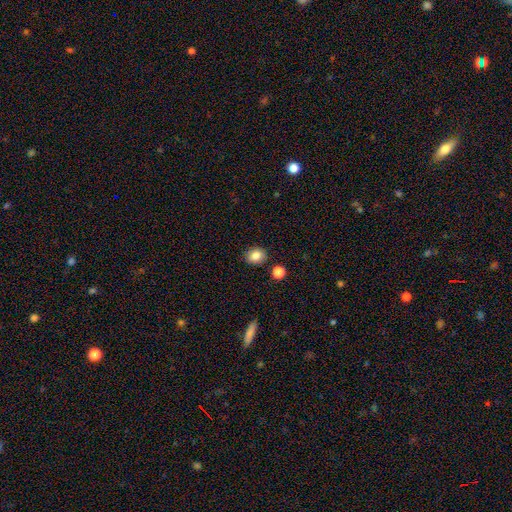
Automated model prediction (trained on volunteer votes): A smooth galaxy with no disk features (83%) that is round (59%).

Vote fractions:
- Smooth or featured? smooth: 83% / star or artifact: 10% / featured or disk: 7%
- How rounded? round: 59% / in between: 40% / cigar-shaped: 1%
- Merging? none: 86% / minor disturbance: 9% / merger: 4% / major disturbance: 2%